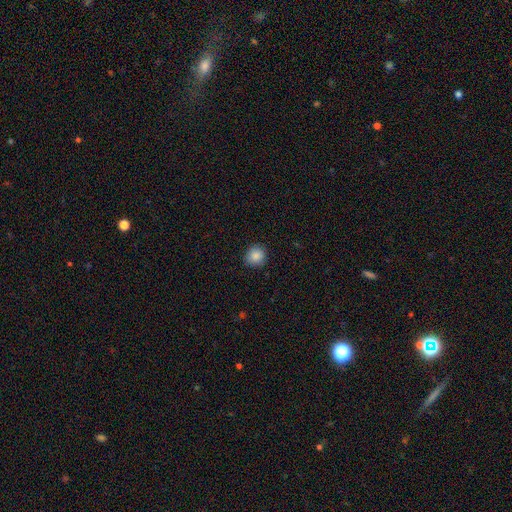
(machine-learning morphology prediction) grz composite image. It shows a smooth galaxy with no disk features (87%) that is round (88%). Merging: none (89%).